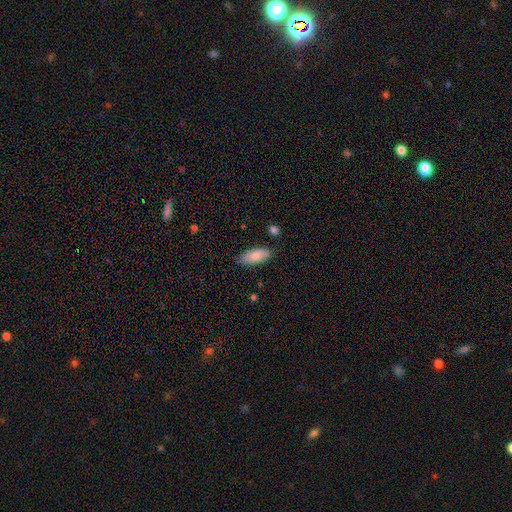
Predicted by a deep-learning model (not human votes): The model was most divided on "smooth or featured": smooth: 82%, featured or disk: 12%, star or artifact: 6%. More confident: how rounded — in between (85%); merging — none (83%).